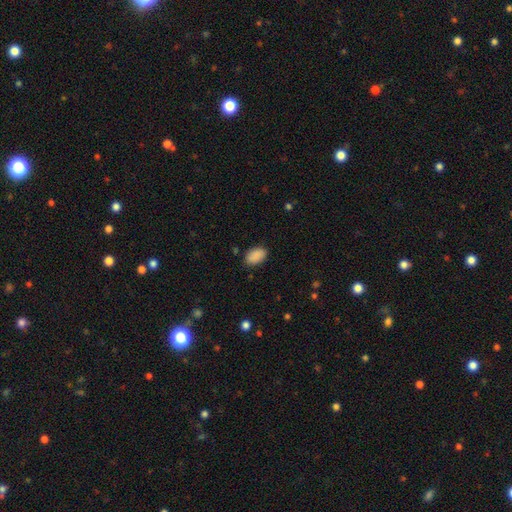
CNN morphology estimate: The model was most divided on "merging": none: 84%, minor disturbance: 12%, major disturbance: 3%, merger: 1%. More confident: how rounded — in between (90%); smooth or featured — smooth (89%).